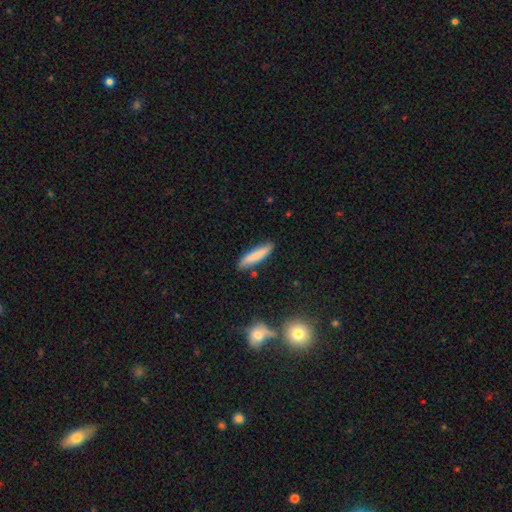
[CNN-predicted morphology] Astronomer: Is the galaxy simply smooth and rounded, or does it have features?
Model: smooth — 79%.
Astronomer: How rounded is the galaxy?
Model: cigar-shaped — 83%.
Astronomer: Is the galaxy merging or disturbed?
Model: none — 84%.